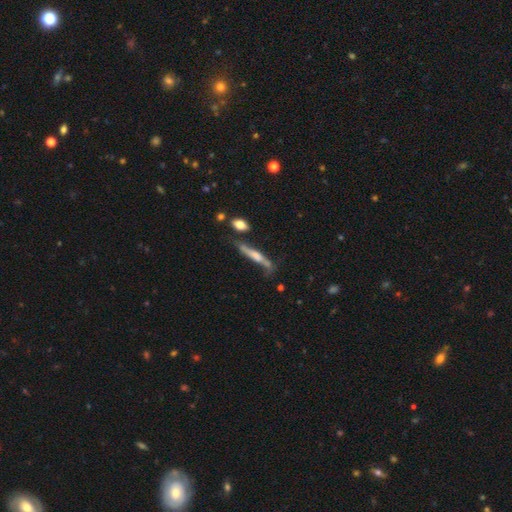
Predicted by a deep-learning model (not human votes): A featured or disk galaxy (48%).

Vote fractions:
- Smooth or featured? featured or disk: 48% / smooth: 44% / star or artifact: 8%
- Merging? none: 48% / minor disturbance: 26% / major disturbance: 16% / merger: 11%